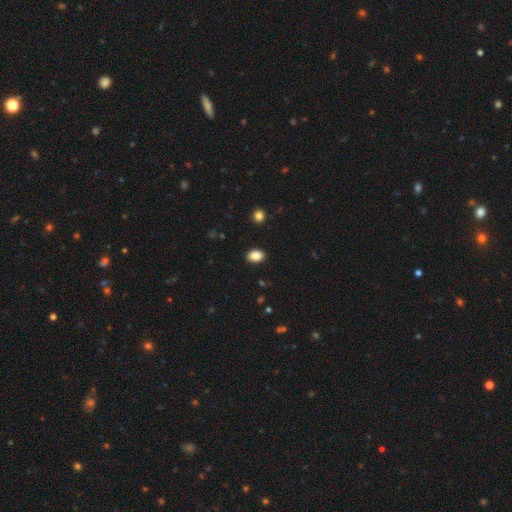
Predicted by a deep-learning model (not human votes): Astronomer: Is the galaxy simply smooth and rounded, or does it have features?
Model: smooth — 88%.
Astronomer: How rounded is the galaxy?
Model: in between — 75%.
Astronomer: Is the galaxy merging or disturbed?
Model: none — 90%.